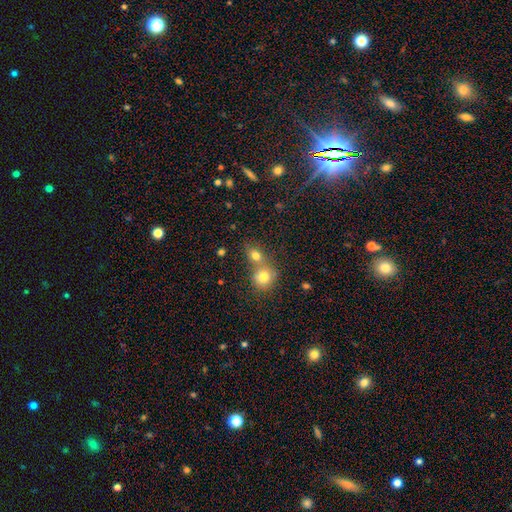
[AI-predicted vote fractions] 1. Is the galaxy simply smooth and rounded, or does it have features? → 77% smooth, 12% star or artifact, 10% featured or disk.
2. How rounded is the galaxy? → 60% round, 38% in between, 2% cigar-shaped.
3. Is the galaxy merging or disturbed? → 53% merger, 38% none, 7% minor disturbance, 3% major disturbance.